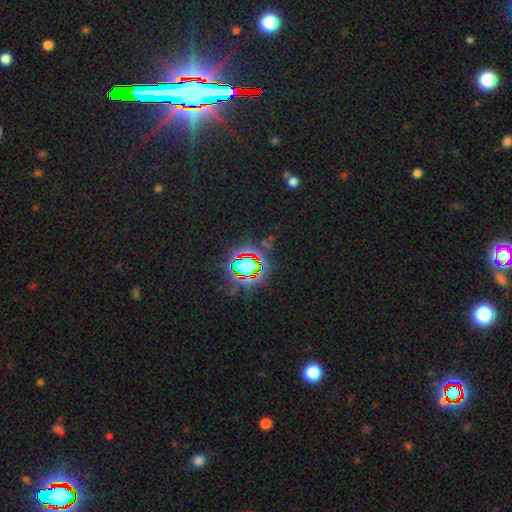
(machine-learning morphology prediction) smooth_or_featured: star or artifact (p=0.81) [alt: smooth p=0.10]